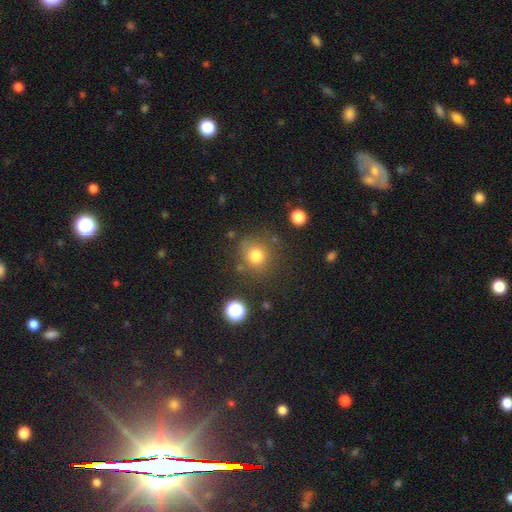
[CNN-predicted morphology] type=smooth (77%); roundness=round (87%); merging=none (77%).